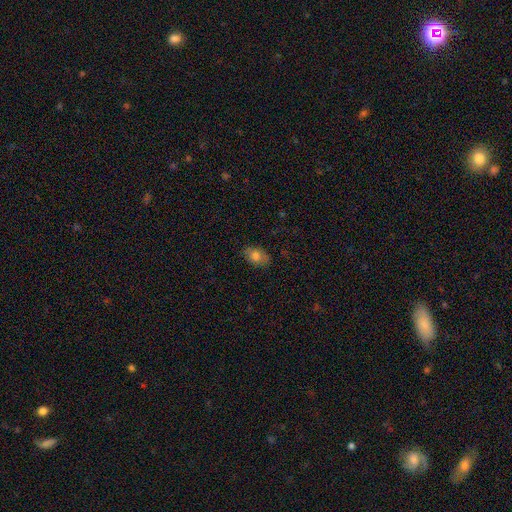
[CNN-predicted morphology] Q: Smooth or featured?
A: smooth (78%); runner-up: featured or disk (12%)
Q: How rounded?
A: in between (85%); runner-up: round (13%)
Q: Merging?
A: none (80%); runner-up: minor disturbance (15%)